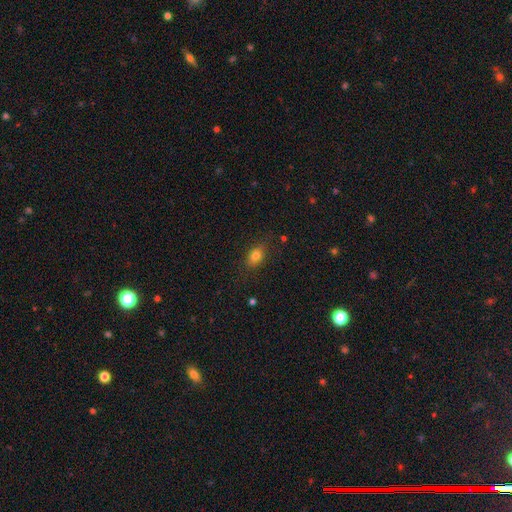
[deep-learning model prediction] Overall: smooth (78%). How rounded: in between (75%). Merging: none (82%).